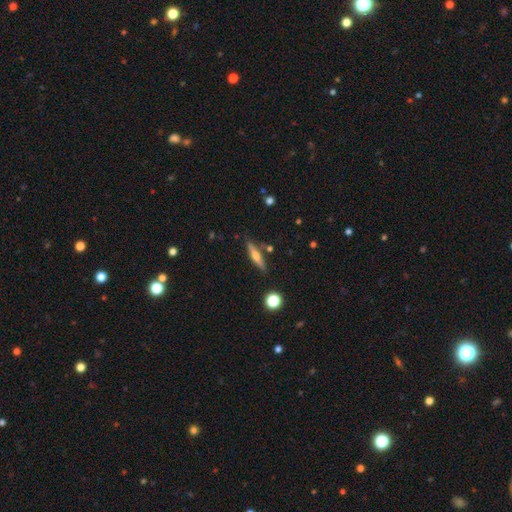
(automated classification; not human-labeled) This is possibly a featured or disk galaxy (55%). It is clearly viewed edge-on (95%). Edge-on bulge: clearly rounded (89%). Merging: clearly none (83%).